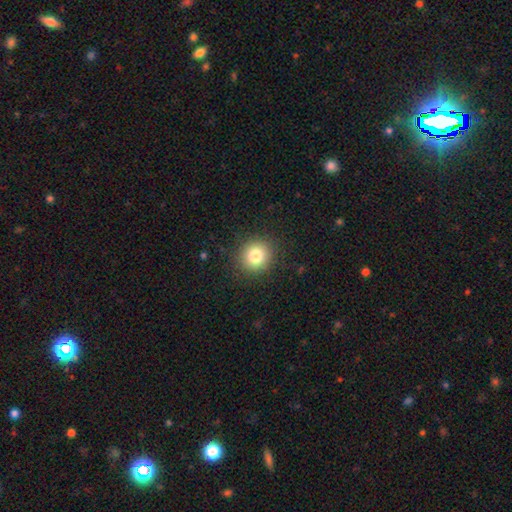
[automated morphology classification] This is clearly a smooth galaxy (81%). How rounded: clearly round (89%). Merging: clearly none (90%).